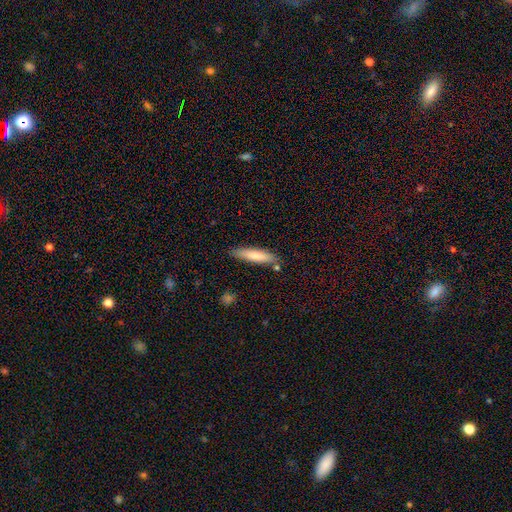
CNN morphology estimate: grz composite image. It shows a smooth galaxy with no disk features (78%) that is cigar-shaped (81%). Merging: none (82%).